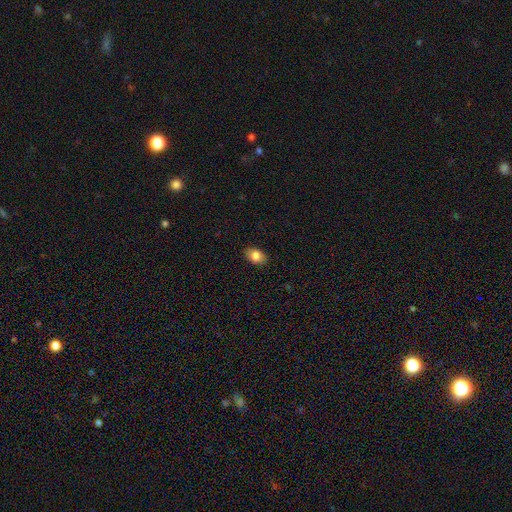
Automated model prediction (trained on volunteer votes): Overall: smooth (84%). How rounded: in between (83%). Merging: none (88%).